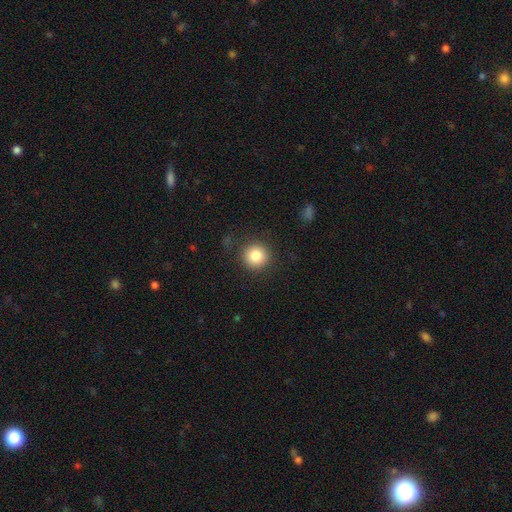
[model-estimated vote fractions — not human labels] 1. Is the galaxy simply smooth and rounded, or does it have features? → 84% smooth, 10% star or artifact, 6% featured or disk.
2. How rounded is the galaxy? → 95% round, 4% in between, 1% cigar-shaped.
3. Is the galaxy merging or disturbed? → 88% none, 7% minor disturbance, 3% major disturbance, 1% merger.